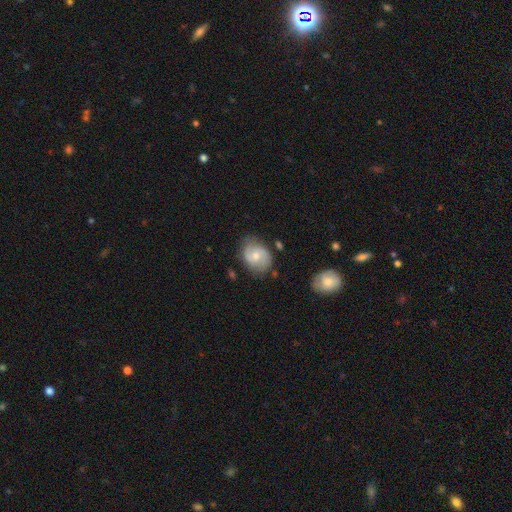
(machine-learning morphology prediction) Smooth or featured?
  - featured or disk: 51% *
  - smooth: 42%
  - star or artifact: 7%
Edge-on disk?
  - no: 97% *
  - yes: 3%
Merging?
  - none: 70% *
  - minor disturbance: 22%
  - major disturbance: 6%
  - merger: 3%